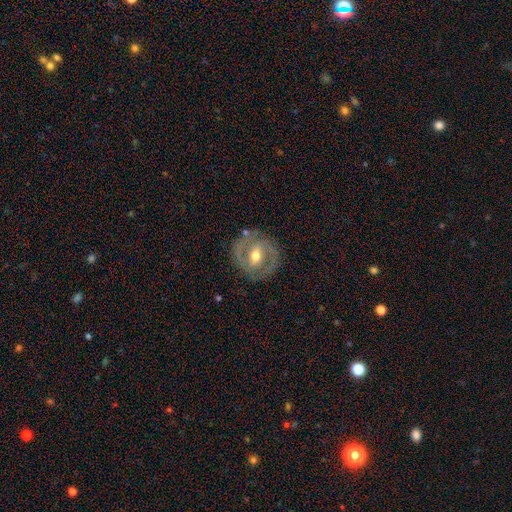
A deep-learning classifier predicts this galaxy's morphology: A featured or disk galaxy (77%) with a weak bar (45%), 2 (84%) medium (48%) spiral arms (78%) and a moderate central bulge (70%). Merging: none (80%).